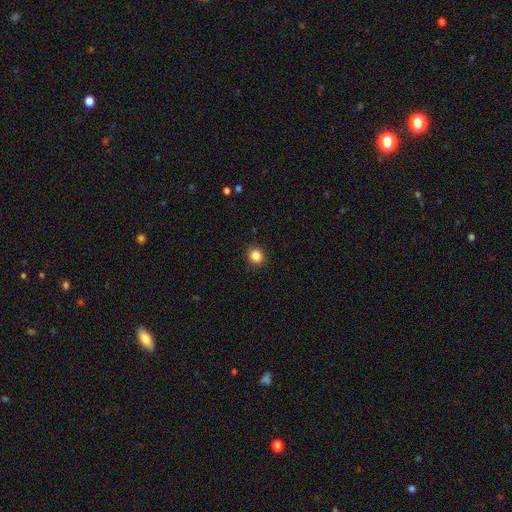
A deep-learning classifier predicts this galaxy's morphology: This is clearly a smooth galaxy (86%). How rounded: likely round (78%). Merging: clearly none (90%).